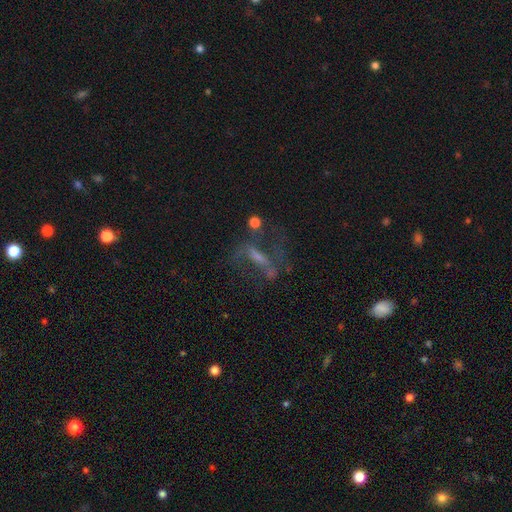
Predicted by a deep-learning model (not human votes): Q: Smooth or featured?
A: featured or disk (58%); runner-up: star or artifact (23%)
Q: Edge-on disk?
A: no (81%); runner-up: yes (19%)
Q: Merging?
A: none (50%); runner-up: major disturbance (28%)